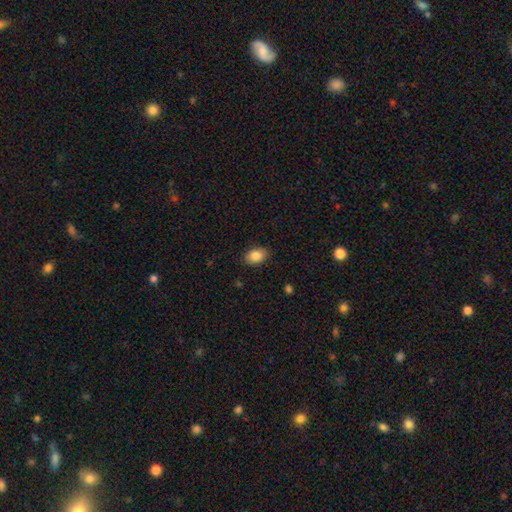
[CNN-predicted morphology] Smooth or featured? smooth (86%)
How rounded? in between (87%)
Merging? none (87%)